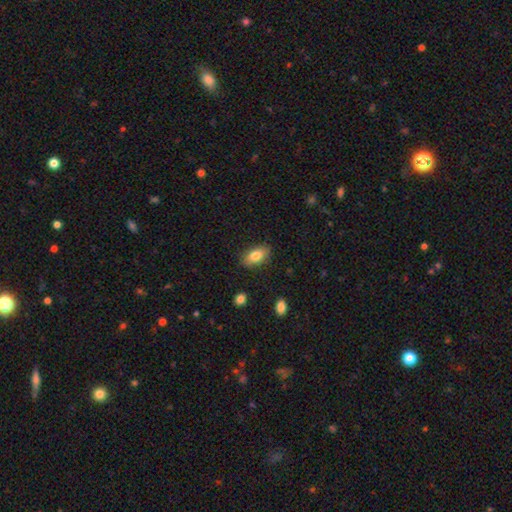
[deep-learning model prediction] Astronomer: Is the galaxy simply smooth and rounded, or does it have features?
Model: smooth — 82%.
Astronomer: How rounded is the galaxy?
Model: in between — 91%.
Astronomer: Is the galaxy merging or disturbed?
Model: none — 85%.